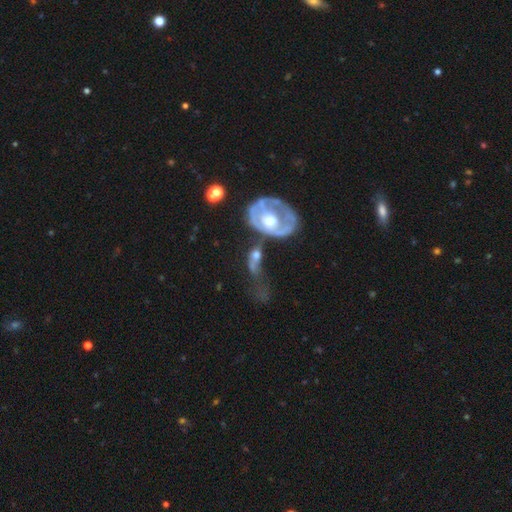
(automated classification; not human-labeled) smooth_or_featured: featured or disk (p=0.59) [alt: smooth p=0.33]
disk_edge_on: no (p=0.91) [alt: yes p=0.09]
bar: no (p=0.75) [alt: weak p=0.18]
has_spiral_arms: no (p=0.57) [alt: yes p=0.43]
bulge_size: moderate (p=0.67) [alt: small p=0.20]
merging: merger (p=0.48) [alt: major disturbance p=0.29]